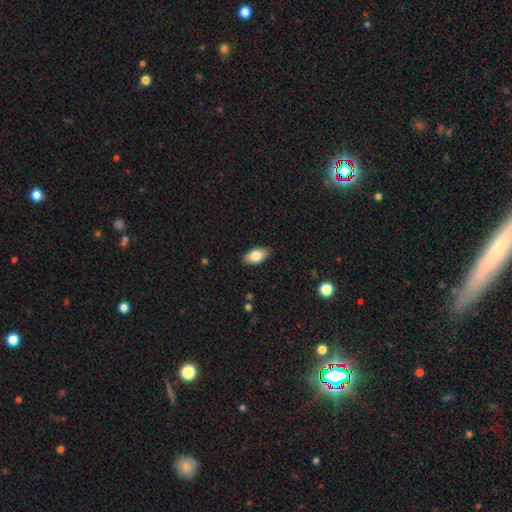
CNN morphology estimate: The model was most divided on "smooth or featured": smooth: 83%, featured or disk: 11%, star or artifact: 7%. More confident: how rounded — in between (94%); merging — none (87%).